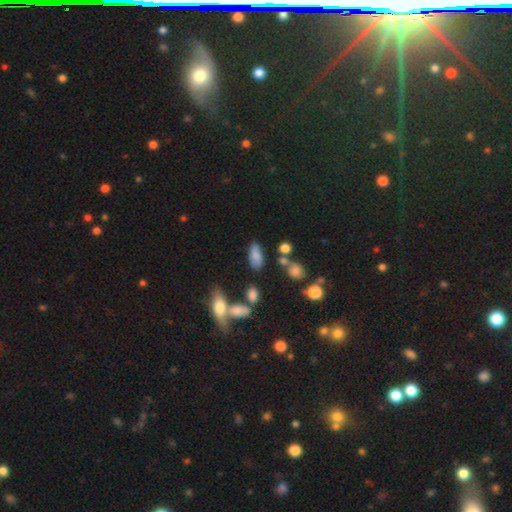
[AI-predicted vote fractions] Smooth or featured: smooth — 76% (featured or disk — 14%)
How rounded: in between — 86% (cigar-shaped — 10%)
Merging: none — 66% (minor disturbance — 17%)